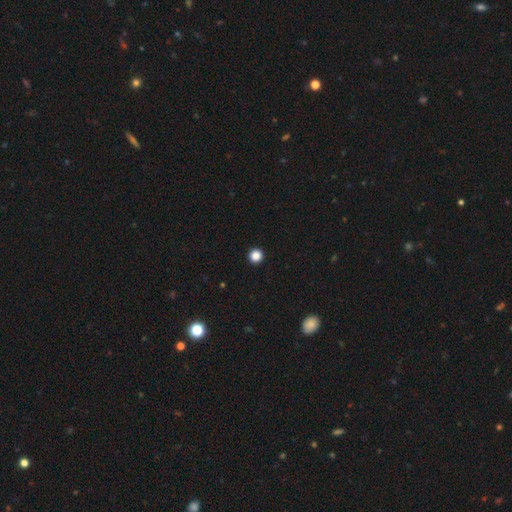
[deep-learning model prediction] This appears to be a smooth galaxy with no disk features (86%) that is round (96%). Merging: none (94%).